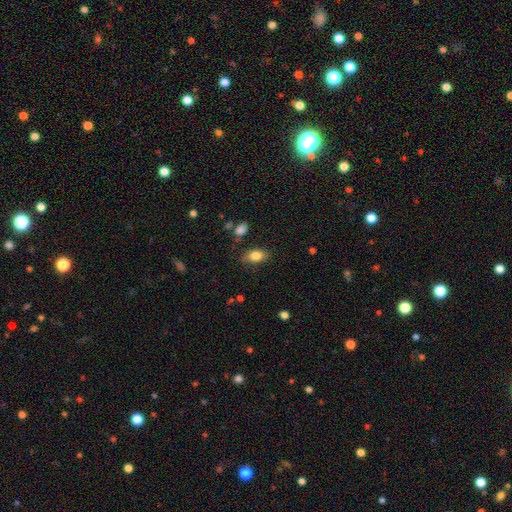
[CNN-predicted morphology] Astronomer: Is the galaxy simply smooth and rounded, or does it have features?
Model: smooth — 83%.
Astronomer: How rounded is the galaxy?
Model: in between — 88%.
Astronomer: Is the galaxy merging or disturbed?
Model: none — 81%.